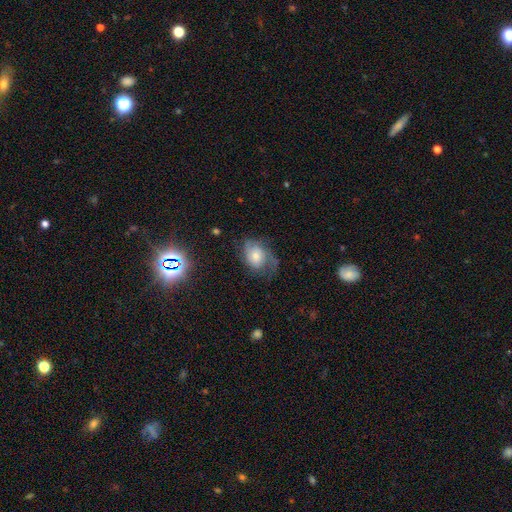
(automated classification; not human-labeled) Overall: featured or disk (52%; smooth 38%). Edge-on disk: no (96%). Merging: none (48%; minor disturbance 28%).